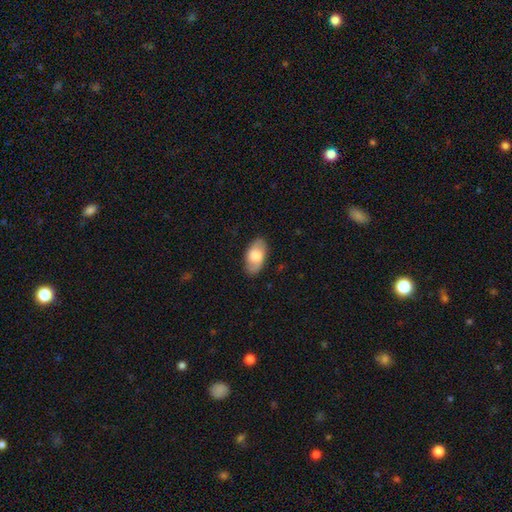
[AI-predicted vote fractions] A smooth galaxy with no disk features (69%) that is in between round and cigar-shaped (94%). Merging: none (85%).